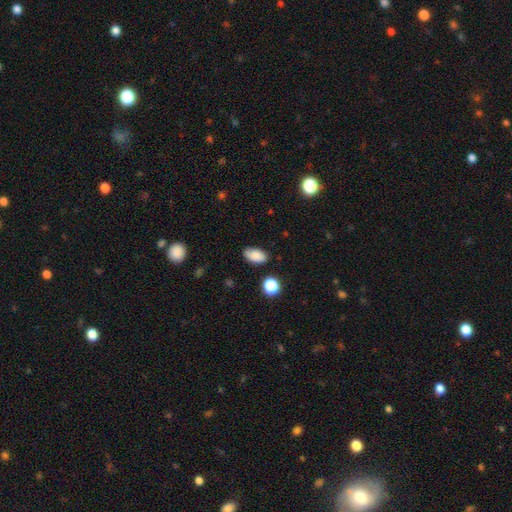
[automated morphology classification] smooth-or-featured: smooth: 85% | star or artifact: 9% | featured or disk: 6%
  how-rounded: in between: 92% | round: 6% | cigar-shaped: 2%
  merging: none: 80% | minor disturbance: 15% | major disturbance: 3% | merger: 2%